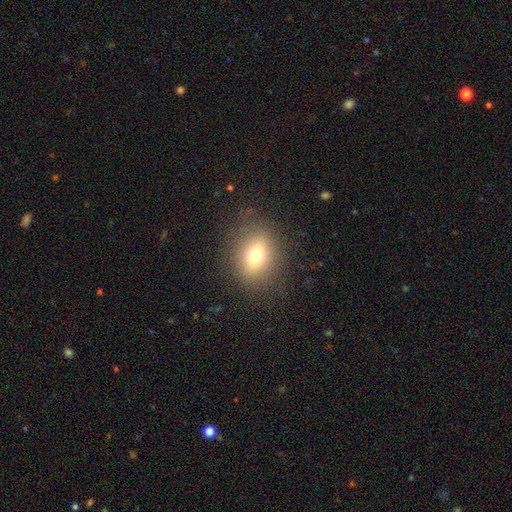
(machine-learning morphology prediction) Smooth or featured? Predicted: smooth (p=0.71). How rounded? Predicted: in between (p=0.54). Merging? Predicted: none (p=0.83).